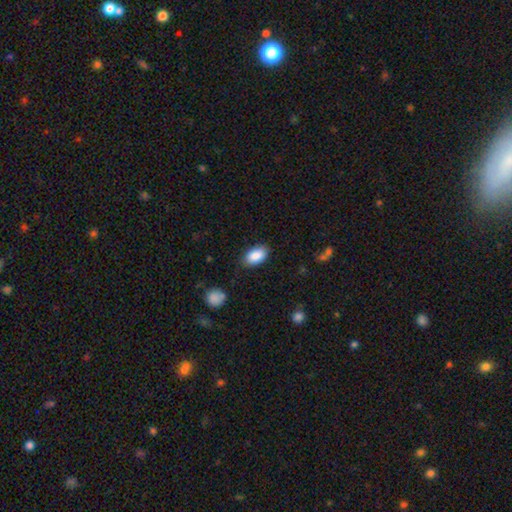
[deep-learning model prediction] This appears to be a smooth galaxy with no disk features (88%) that is in between round and cigar-shaped (94%). Merging: none (84%).